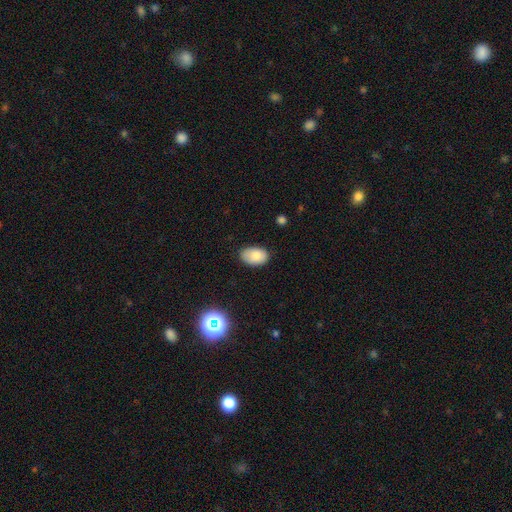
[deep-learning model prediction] Smooth or featured: smooth — 83% (star or artifact — 8%)
How rounded: in between — 90% (round — 9%)
Merging: none — 78% (minor disturbance — 18%)